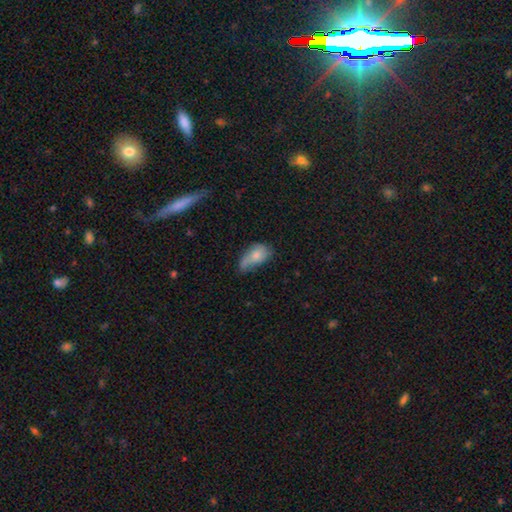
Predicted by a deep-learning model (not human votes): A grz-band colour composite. It shows a smooth galaxy with no disk features (68%) that is in between round and cigar-shaped (90%). Merging: minor disturbance (39%).